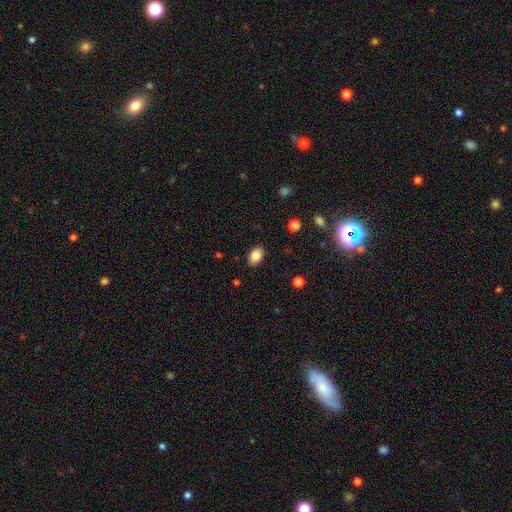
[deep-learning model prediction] smooth-or-featured: smooth: 86% | star or artifact: 8% | featured or disk: 6%
  how-rounded: in between: 86% | round: 13% | cigar-shaped: 1%
  merging: none: 87% | minor disturbance: 9% | major disturbance: 2% | merger: 1%